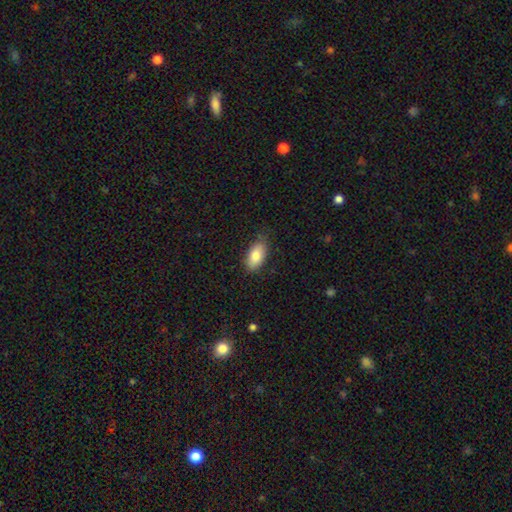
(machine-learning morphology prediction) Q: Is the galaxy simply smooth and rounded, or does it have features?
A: smooth — 83%.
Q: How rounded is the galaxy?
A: in between — 92%.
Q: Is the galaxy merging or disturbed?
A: none — 76%.